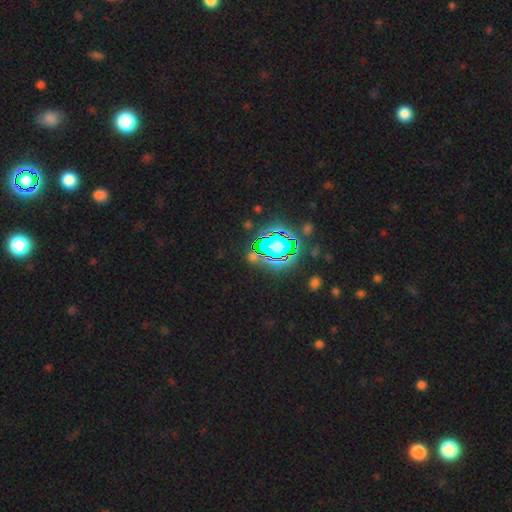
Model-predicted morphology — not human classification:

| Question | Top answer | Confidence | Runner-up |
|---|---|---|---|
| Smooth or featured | star or artifact | 73% | smooth (17%) |